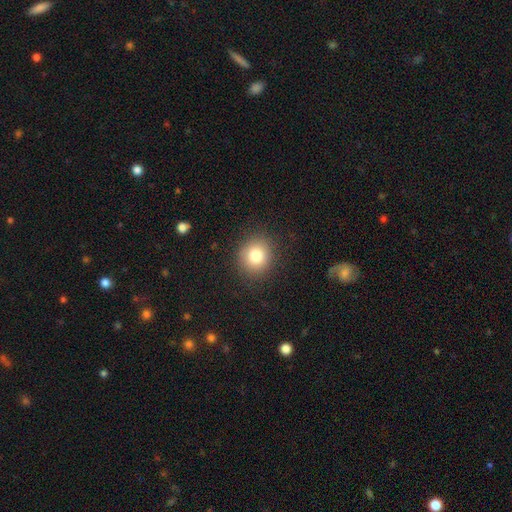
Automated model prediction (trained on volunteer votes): The model was most divided on "how rounded": round: 83%, in between: 16%, cigar-shaped: 1%. More confident: merging — none (88%); smooth or featured — smooth (80%).